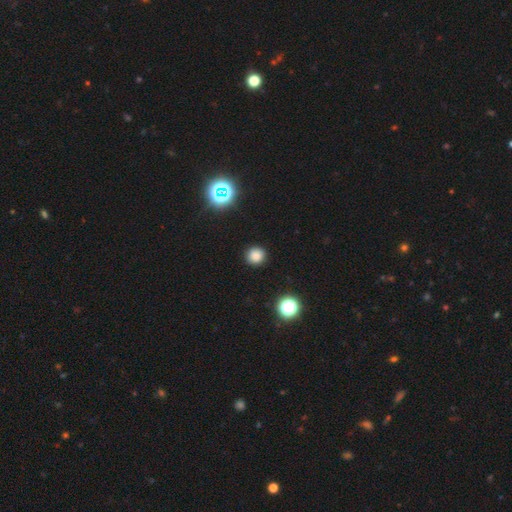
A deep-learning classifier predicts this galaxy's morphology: Smooth or featured? Predicted: smooth (p=0.81). How rounded? Predicted: round (p=0.91). Merging? Predicted: none (p=0.90).